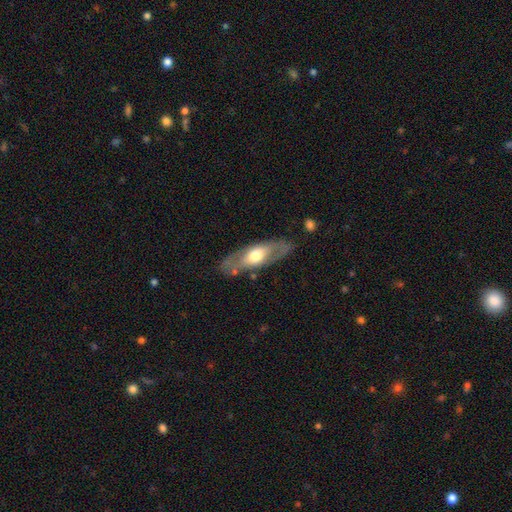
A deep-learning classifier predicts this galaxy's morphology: Smooth or featured: featured or disk — 55% (smooth — 40%)
Edge-on disk: no — 69% (yes — 31%)
Merging: none — 78% (minor disturbance — 14%)